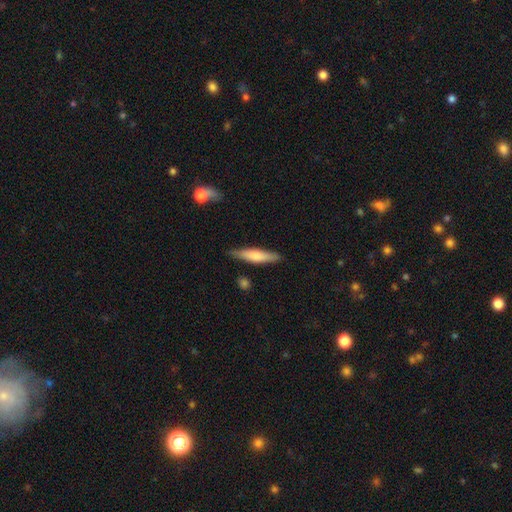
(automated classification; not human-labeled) smooth_or_featured: smooth (p=0.65) [alt: featured or disk p=0.29]
how_rounded: cigar-shaped (p=0.84) [alt: in between p=0.15]
merging: none (p=0.83) [alt: minor disturbance p=0.12]